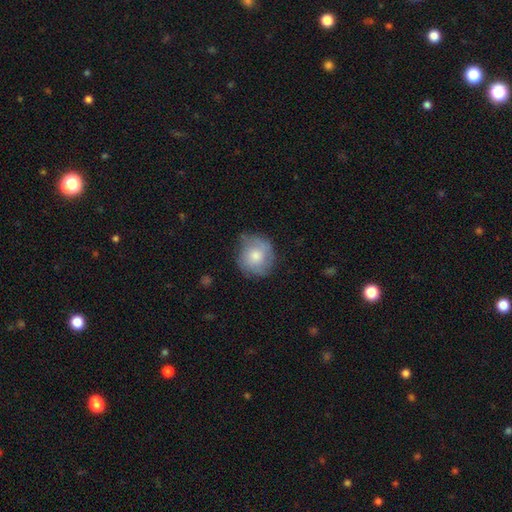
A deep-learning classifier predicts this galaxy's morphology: Smooth or featured?
  - smooth: 65% *
  - featured or disk: 28%
  - star or artifact: 7%
How rounded?
  - round: 85% *
  - in between: 14%
  - cigar-shaped: 1%
Merging?
  - none: 63% *
  - minor disturbance: 28%
  - major disturbance: 8%
  - merger: 2%